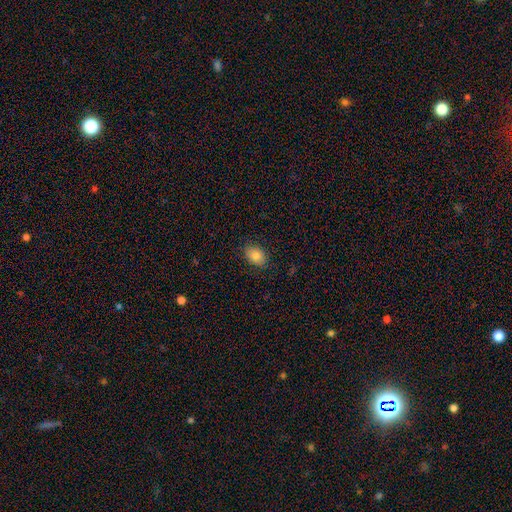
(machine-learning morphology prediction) This is clearly a smooth galaxy (84%). How rounded: likely in between (77%). Merging: clearly none (86%).